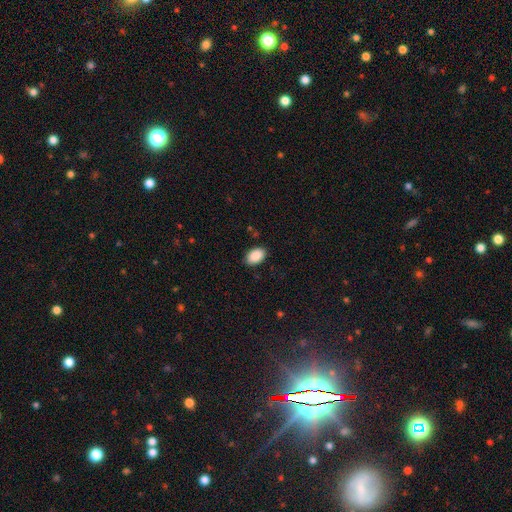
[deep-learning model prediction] Smooth or featured? smooth (90%)
How rounded? in between (90%)
Merging? none (88%)